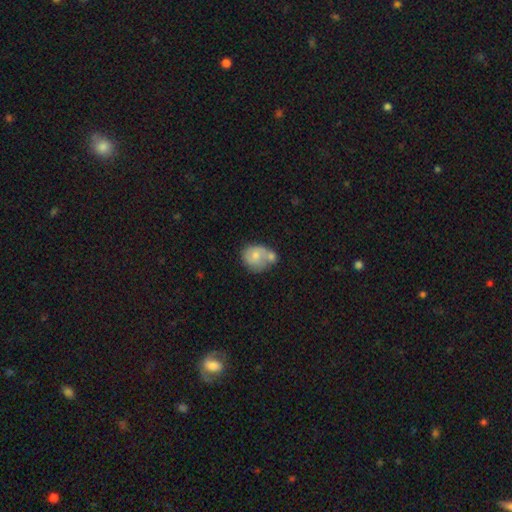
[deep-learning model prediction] Overall: smooth (61%; featured or disk 32%). How rounded: round (64%; in between 35%). Merging: merger (49%; none 29%).